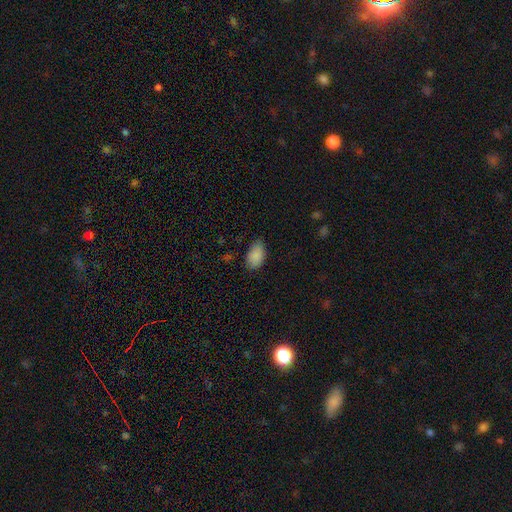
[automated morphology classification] Smooth or featured?
  - smooth: 88% *
  - star or artifact: 8%
  - featured or disk: 4%
How rounded?
  - in between: 92% *
  - round: 6%
  - cigar-shaped: 2%
Merging?
  - none: 71% *
  - minor disturbance: 24%
  - major disturbance: 4%
  - merger: 1%